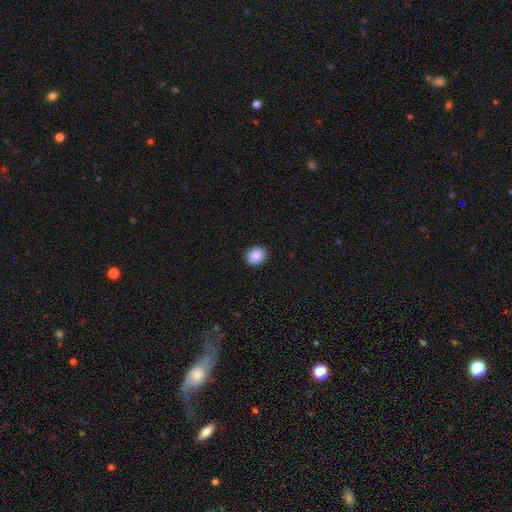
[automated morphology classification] Smooth or featured? smooth (88%)
How rounded? round (62%)
Merging? none (91%)